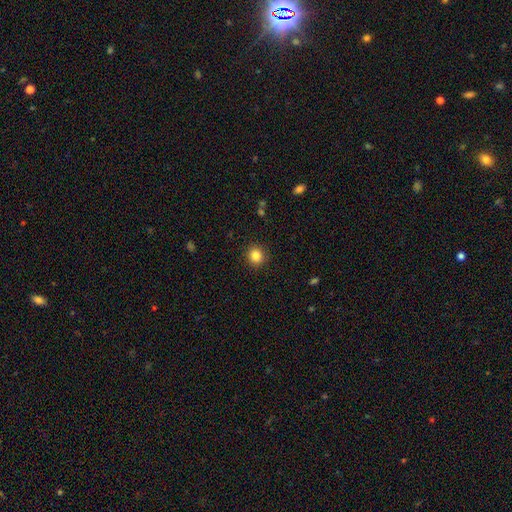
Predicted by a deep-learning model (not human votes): This appears to be a smooth galaxy with no disk features (84%) that is round (91%). Merging: none (91%).